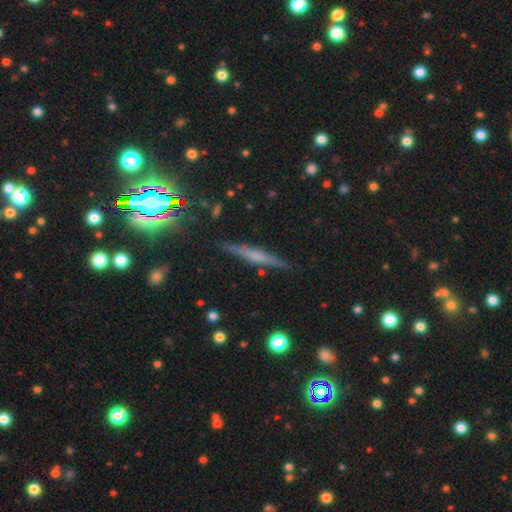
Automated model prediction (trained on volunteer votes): Smooth or featured? featured or disk (54%)
Edge-on disk? yes (96%)
Edge-on bulge? rounded (39%)
Merging? none (86%)